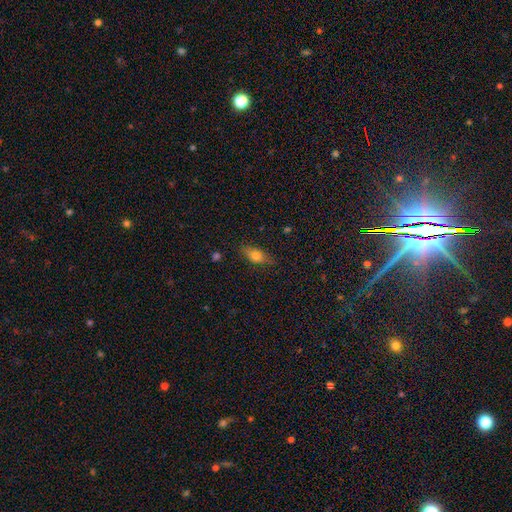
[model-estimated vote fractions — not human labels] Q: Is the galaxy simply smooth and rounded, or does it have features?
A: smooth — 70%.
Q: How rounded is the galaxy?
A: in between — 76%.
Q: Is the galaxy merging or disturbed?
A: none — 79%.